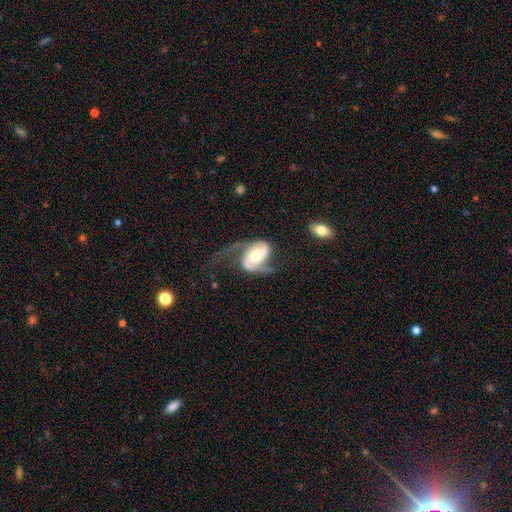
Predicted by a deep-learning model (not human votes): featured or disk 86%, smooth 9%, star or artifact 5%. Down the decision tree: edge-on disk — no (97%); bar — no (55%); spiral arms — yes (96%); spiral arm count — 2 (88%); spiral winding — loose (43%); bulge size — moderate (56%); merging — none (41%).